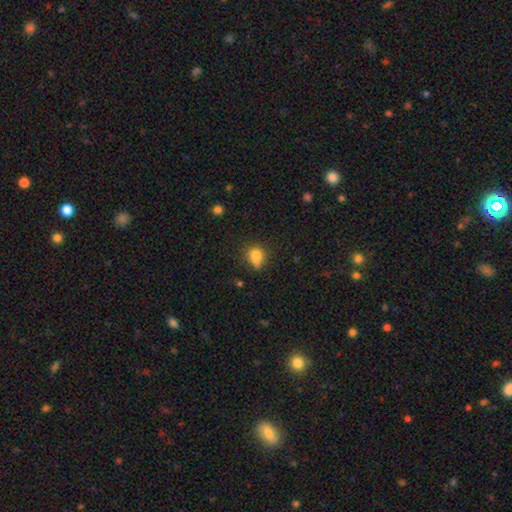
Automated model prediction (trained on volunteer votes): Smooth or featured? Predicted: smooth (p=0.78). How rounded? Predicted: in between (p=0.54). Merging? Predicted: none (p=0.48).